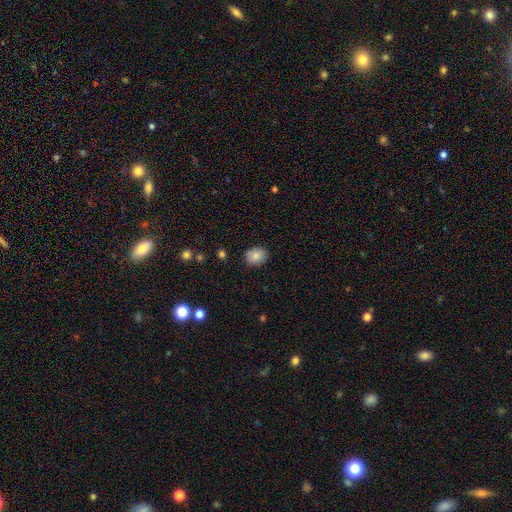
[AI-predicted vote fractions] A smooth galaxy with no disk features (85%) that is in between round and cigar-shaped (63%). Merging: none (86%).